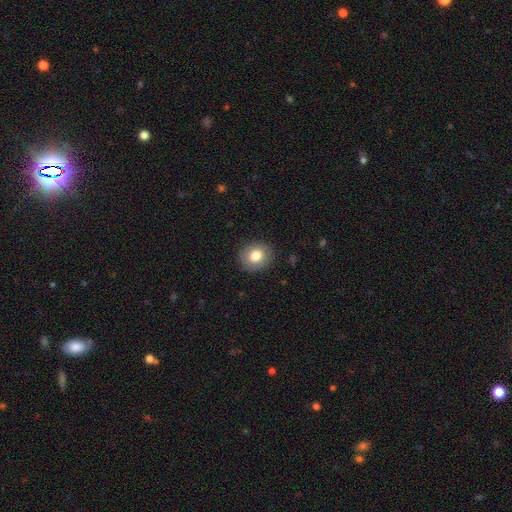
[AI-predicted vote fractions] smooth_or_featured: smooth (p=0.79) [alt: featured or disk p=0.13]
how_rounded: round (p=0.71) [alt: in between p=0.28]
merging: none (p=0.88) [alt: minor disturbance p=0.08]